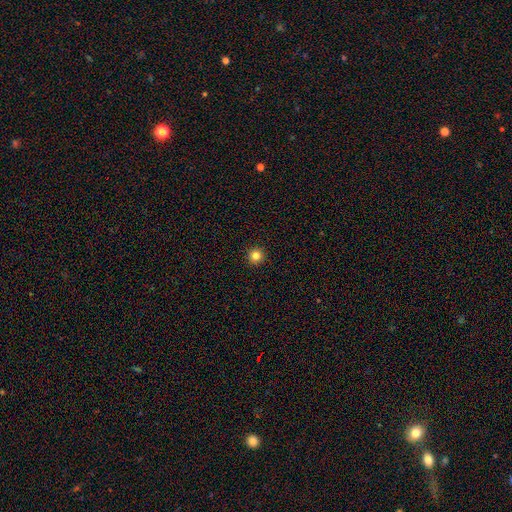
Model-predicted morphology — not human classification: Overall: smooth (83%). How rounded: round (96%). Merging: none (94%).